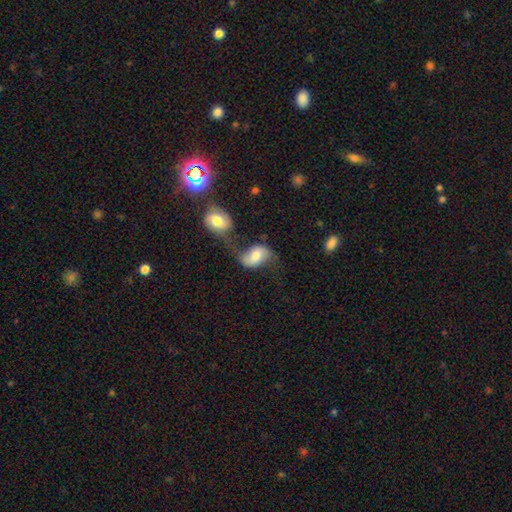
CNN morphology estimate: Smooth or featured: featured or disk — 53% (smooth — 40%)
Edge-on disk: no — 96% (yes — 4%)
Bar: no — 45% (weak — 41%)
Spiral arms: yes — 84% (no — 16%)
Bulge size: moderate — 54% (large — 19%)
Merging: merger — 42% (none — 30%)